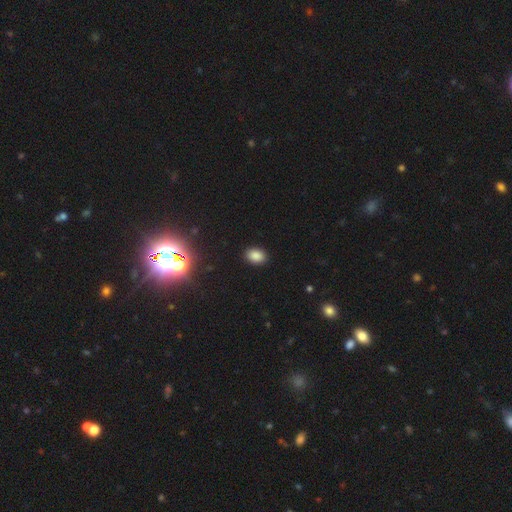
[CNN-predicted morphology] A smooth galaxy with no disk features (84%) that is in between round and cigar-shaped (77%).

Vote fractions:
- Smooth or featured? smooth: 84% / star or artifact: 12% / featured or disk: 4%
- How rounded? in between: 77% / round: 22% / cigar-shaped: 1%
- Merging? none: 89% / minor disturbance: 8% / major disturbance: 2% / merger: 1%